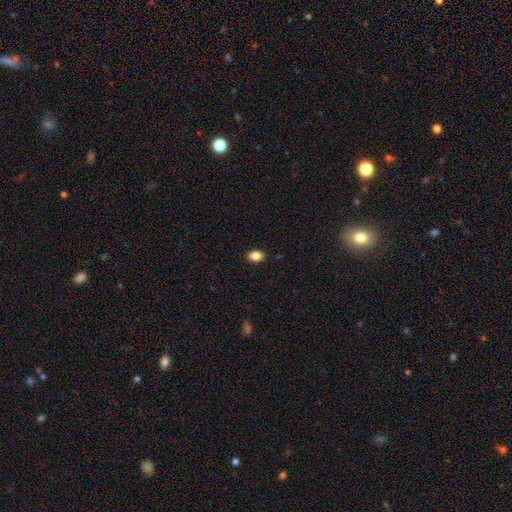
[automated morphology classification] The model was most divided on "how rounded": in between: 81%, round: 18%, cigar-shaped: 1%. More confident: merging — none (90%); smooth or featured — smooth (86%).